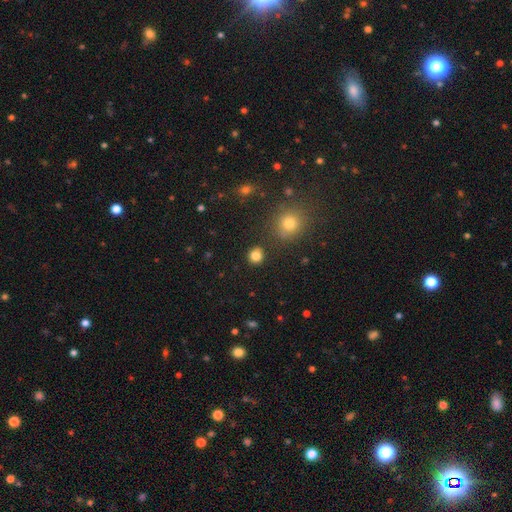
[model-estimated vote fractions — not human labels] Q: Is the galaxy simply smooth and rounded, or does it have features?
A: smooth — 83%.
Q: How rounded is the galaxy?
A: round — 87%.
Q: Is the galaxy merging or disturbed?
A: none — 88%.